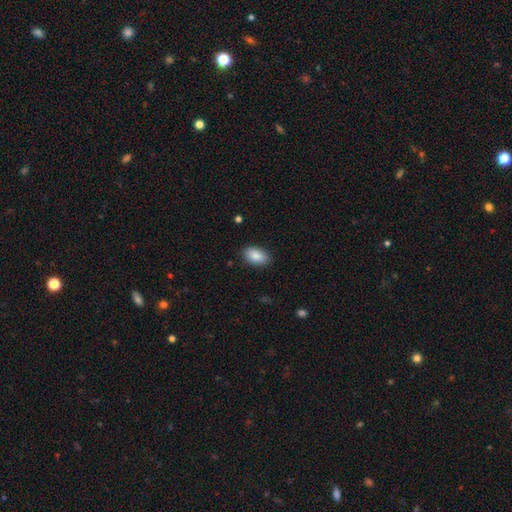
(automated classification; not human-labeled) The model was most divided on "merging": none: 86%, minor disturbance: 11%, major disturbance: 2%, merger: 1%. More confident: how rounded — in between (93%); smooth or featured — smooth (88%).